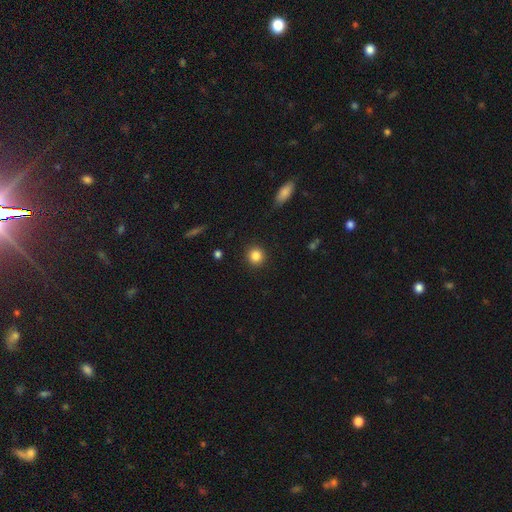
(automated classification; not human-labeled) Smooth or featured: smooth — 85% (star or artifact — 10%)
How rounded: round — 92% (in between — 7%)
Merging: none — 91% (minor disturbance — 6%)